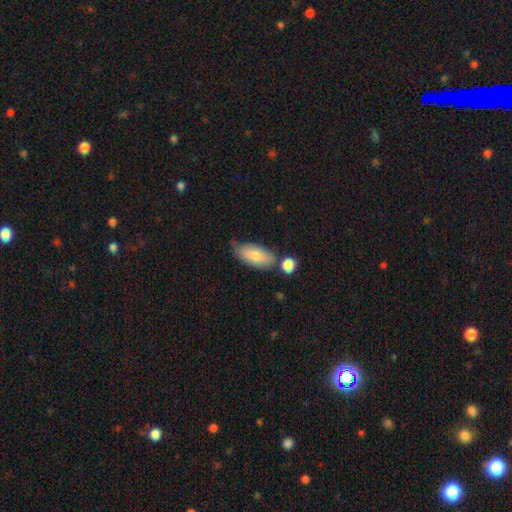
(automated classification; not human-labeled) The model was most divided on "merging": none: 58%, minor disturbance: 23%, merger: 14%, major disturbance: 5%. More confident: how rounded — in between (87%); smooth or featured — smooth (76%).